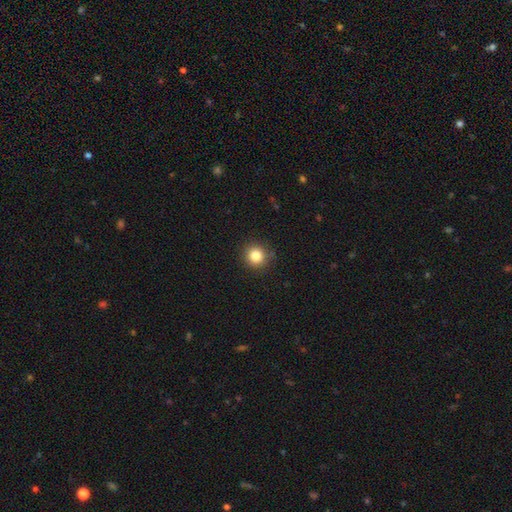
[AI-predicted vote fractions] This appears to be a smooth galaxy with no disk features (84%) that is round (93%). Merging: none (89%).